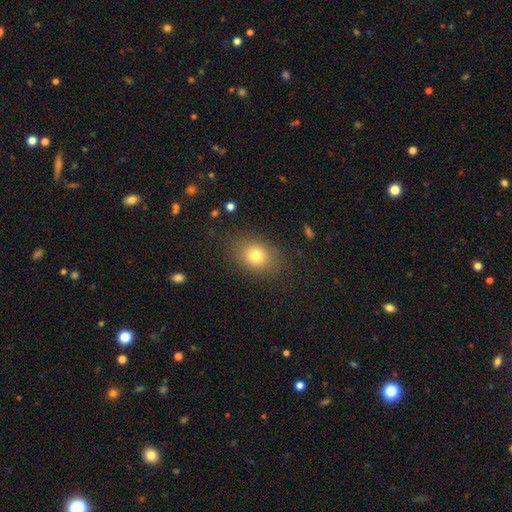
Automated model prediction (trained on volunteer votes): This is likely a smooth galaxy (78%). How rounded: possibly in between (52%). Merging: clearly none (81%).